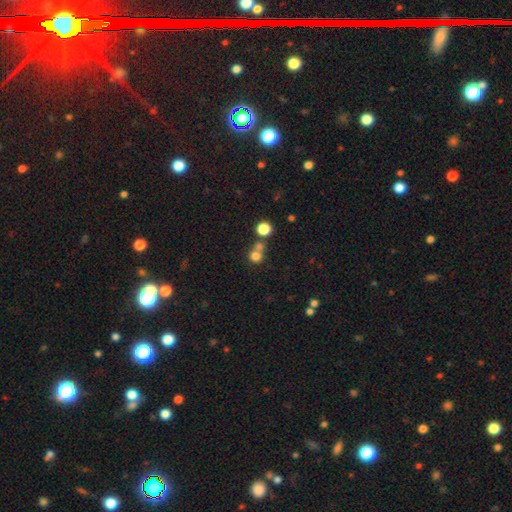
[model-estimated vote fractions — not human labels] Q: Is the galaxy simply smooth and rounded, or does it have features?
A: smooth — 75%.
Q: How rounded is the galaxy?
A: round — 87%.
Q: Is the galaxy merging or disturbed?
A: none — 48%.